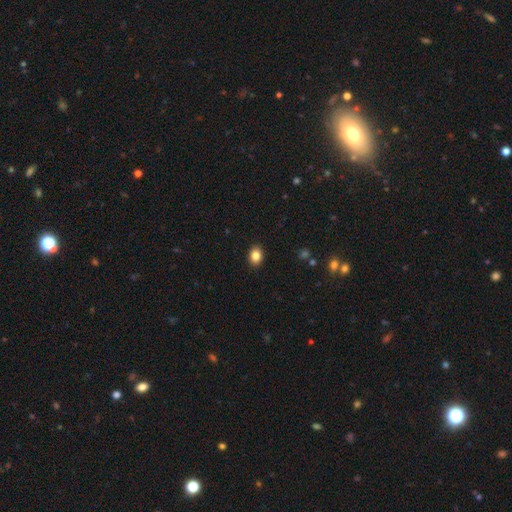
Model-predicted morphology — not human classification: Smooth or featured? smooth (85%)
How rounded? in between (59%)
Merging? none (90%)